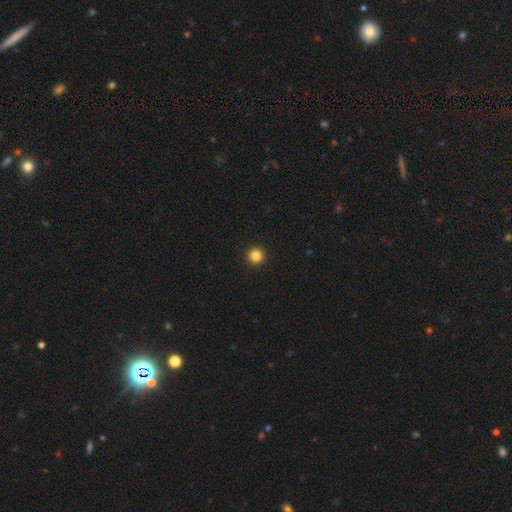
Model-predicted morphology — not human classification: Overall: smooth (85%). How rounded: round (96%). Merging: none (94%).